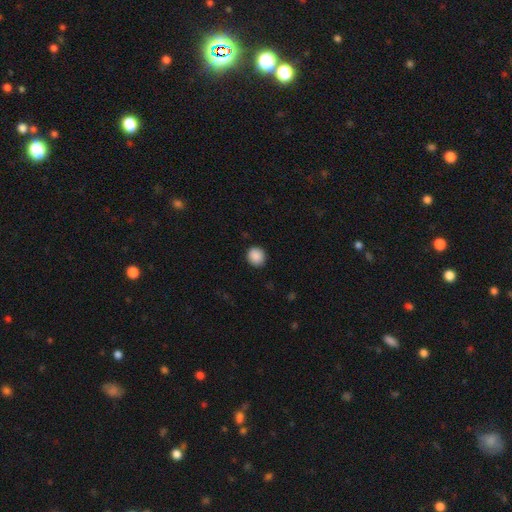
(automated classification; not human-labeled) The model was most divided on "how rounded": round: 81%, in between: 18%, cigar-shaped: 1%. More confident: merging — none (90%); smooth or featured — smooth (89%).